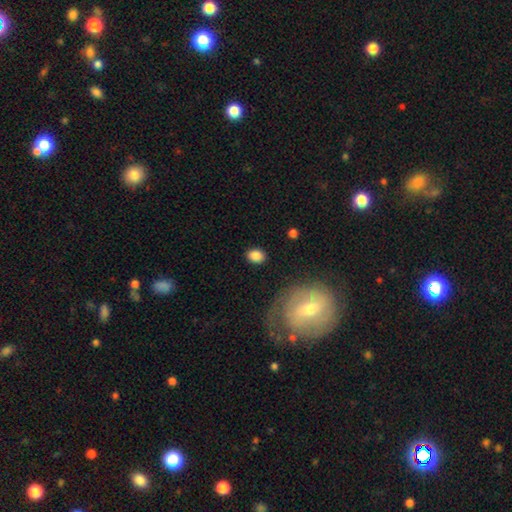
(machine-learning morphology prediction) Q: Smooth or featured?
A: smooth (86%); runner-up: star or artifact (8%)
Q: How rounded?
A: in between (59%); runner-up: round (40%)
Q: Merging?
A: none (86%); runner-up: minor disturbance (9%)